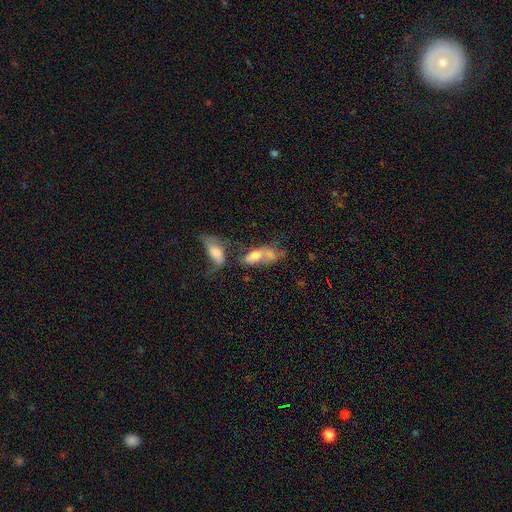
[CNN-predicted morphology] A smooth galaxy with no disk features (55%) that is in between round and cigar-shaped (79%).

Vote fractions:
- Smooth or featured? smooth: 55% / featured or disk: 34% / star or artifact: 11%
- How rounded? in between: 79% / cigar-shaped: 15% / round: 6%
- Merging? merger: 59% / none: 17% / major disturbance: 13% / minor disturbance: 10%